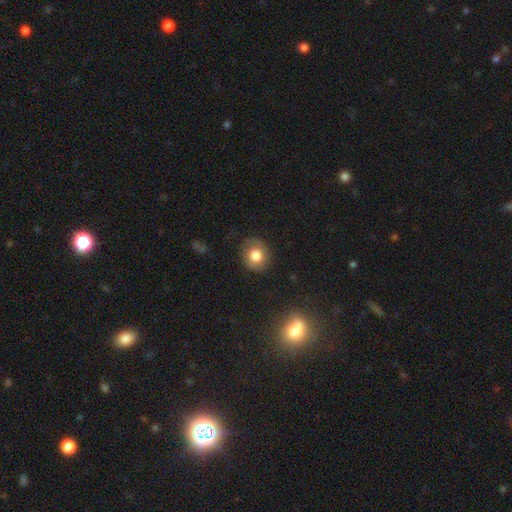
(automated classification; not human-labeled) Q: Smooth or featured?
A: smooth (75%); runner-up: featured or disk (15%)
Q: How rounded?
A: round (71%); runner-up: in between (28%)
Q: Merging?
A: none (82%); runner-up: minor disturbance (13%)